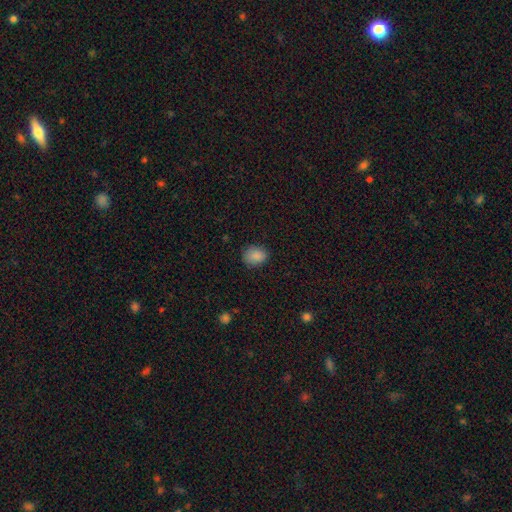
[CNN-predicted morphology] smooth-or-featured: smooth: 87% | star or artifact: 9% | featured or disk: 4%
  how-rounded: in between: 51% | round: 48% | cigar-shaped: 1%
  merging: none: 81% | minor disturbance: 15% | major disturbance: 3% | merger: 1%